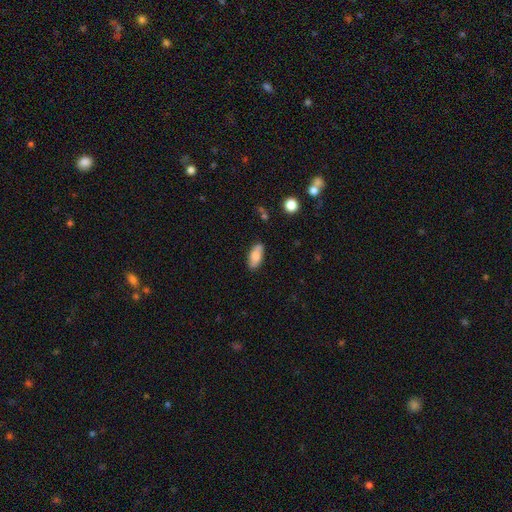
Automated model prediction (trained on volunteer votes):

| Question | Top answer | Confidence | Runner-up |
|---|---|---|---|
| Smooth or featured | smooth | 73% | featured or disk (20%) |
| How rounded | in between | 85% | cigar-shaped (12%) |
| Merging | none | 80% | minor disturbance (15%) |